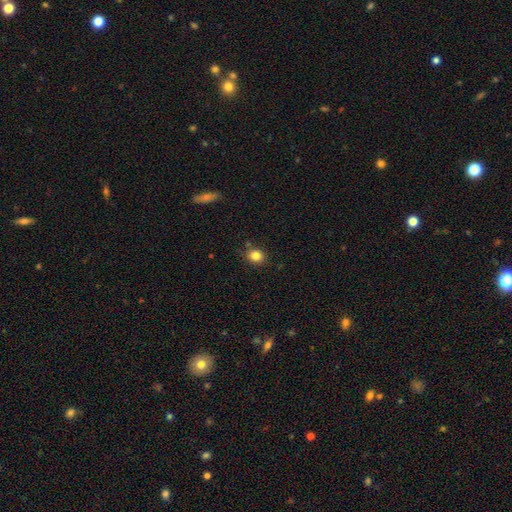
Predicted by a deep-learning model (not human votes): smooth-or-featured: smooth: 83% | star or artifact: 11% | featured or disk: 6%
  how-rounded: round: 71% | in between: 28% | cigar-shaped: 1%
  merging: none: 82% | minor disturbance: 11% | merger: 4% | major disturbance: 3%